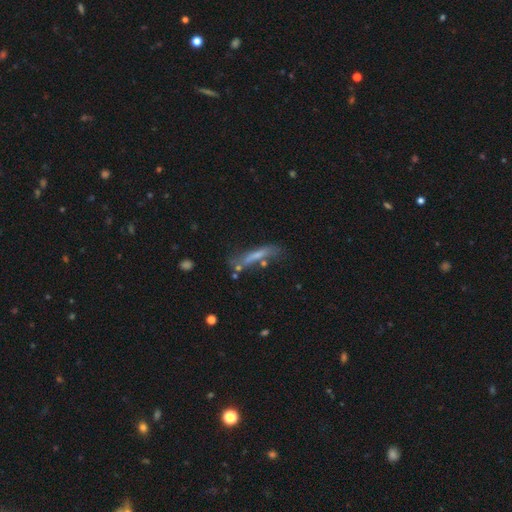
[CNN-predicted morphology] A smooth galaxy with no disk features (57%) that is cigar-shaped (86%).

Vote fractions:
- Smooth or featured? smooth: 57% / featured or disk: 33% / star or artifact: 10%
- How rounded? cigar-shaped: 86% / in between: 12% / round: 2%
- Merging? none: 55% / minor disturbance: 23% / major disturbance: 12% / merger: 10%